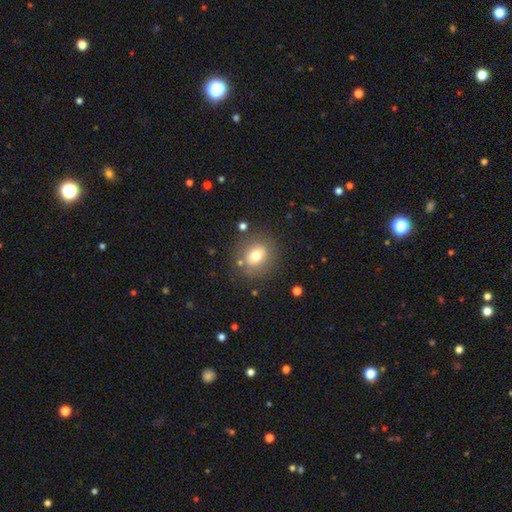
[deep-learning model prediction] Smooth or featured?
  - smooth: 71% *
  - featured or disk: 17%
  - star or artifact: 12%
How rounded?
  - round: 71% *
  - in between: 28%
  - cigar-shaped: 1%
Merging?
  - none: 79% *
  - minor disturbance: 12%
  - major disturbance: 5%
  - merger: 4%